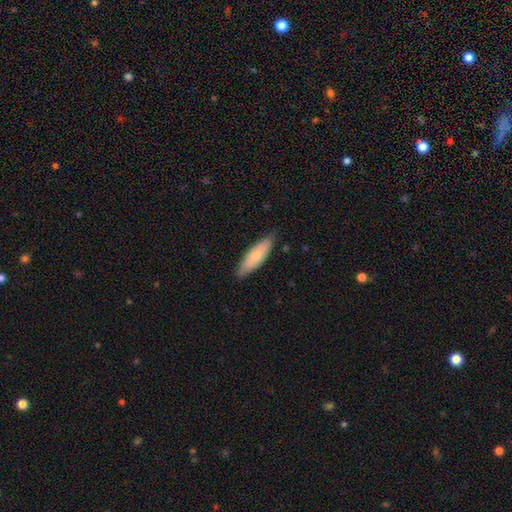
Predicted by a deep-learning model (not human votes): Smooth or featured: smooth — 70% (featured or disk — 25%)
How rounded: cigar-shaped — 50% (in between — 48%)
Merging: none — 83% (minor disturbance — 14%)